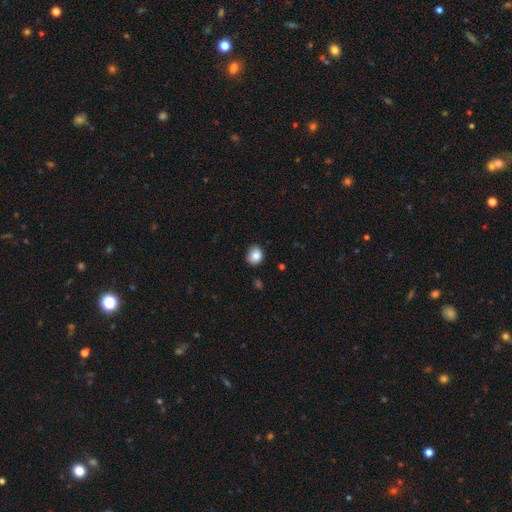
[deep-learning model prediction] Q: Smooth or featured?
A: smooth (85%); runner-up: star or artifact (9%)
Q: How rounded?
A: round (66%); runner-up: in between (33%)
Q: Merging?
A: none (84%); runner-up: minor disturbance (13%)